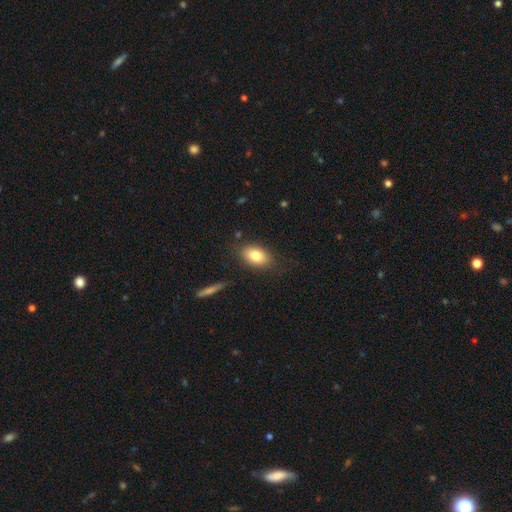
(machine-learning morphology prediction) Smooth or featured? smooth (80%)
How rounded? in between (87%)
Merging? none (79%)